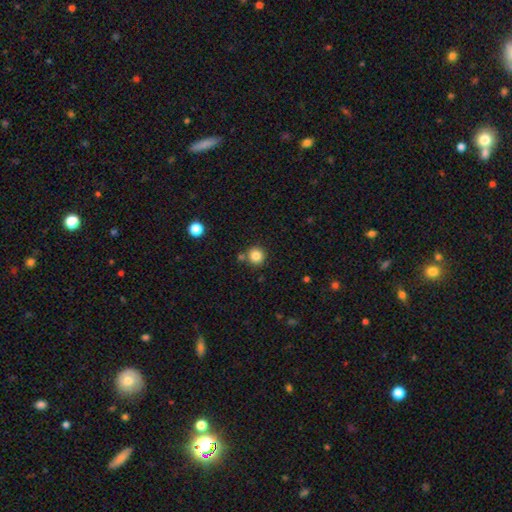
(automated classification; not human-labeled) Morphology: type=smooth (84%); roundness=round (93%); merging=none (79%).